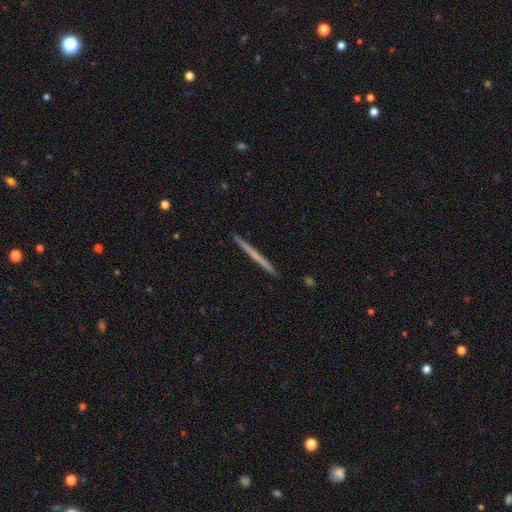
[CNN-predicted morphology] The model was most divided on "smooth or featured": smooth: 48%, featured or disk: 47%, star or artifact: 5%. More confident: merging — none (93%).